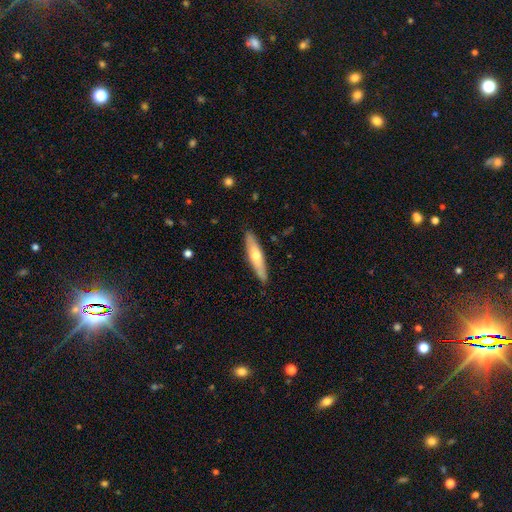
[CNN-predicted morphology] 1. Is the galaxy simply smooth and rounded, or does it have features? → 52% smooth, 43% featured or disk, 5% star or artifact.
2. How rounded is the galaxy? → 80% cigar-shaped, 18% in between, 2% round.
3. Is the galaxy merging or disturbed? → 89% none, 8% minor disturbance, 2% major disturbance, 1% merger.